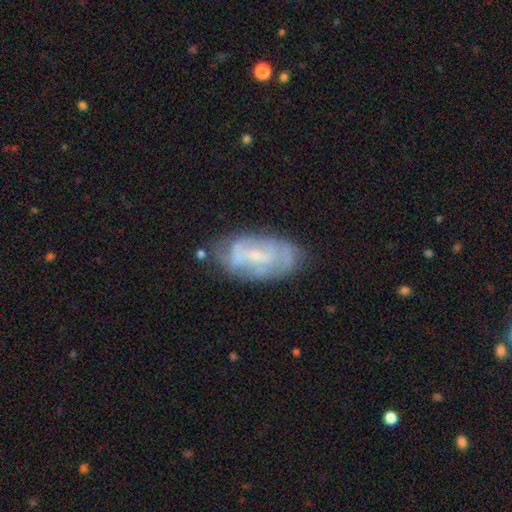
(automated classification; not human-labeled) featured or disk 65%, smooth 27%, star or artifact 8%. Down the decision tree: edge-on disk — no (94%); bar — weak (46%); spiral arms — yes (63%); bulge size — small (47%); merging — none (63%).